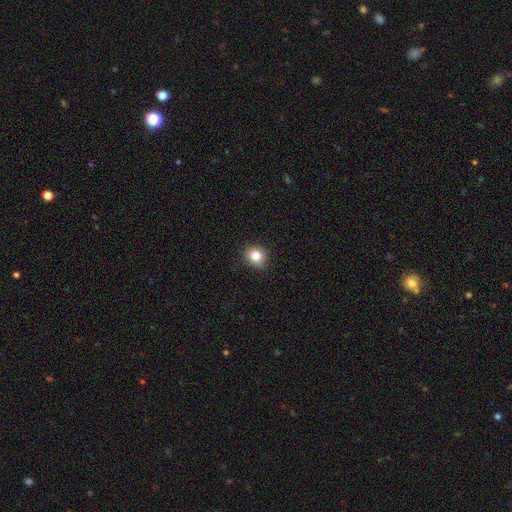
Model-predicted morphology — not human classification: type=smooth (82%); roundness=round (78%); merging=none (88%).